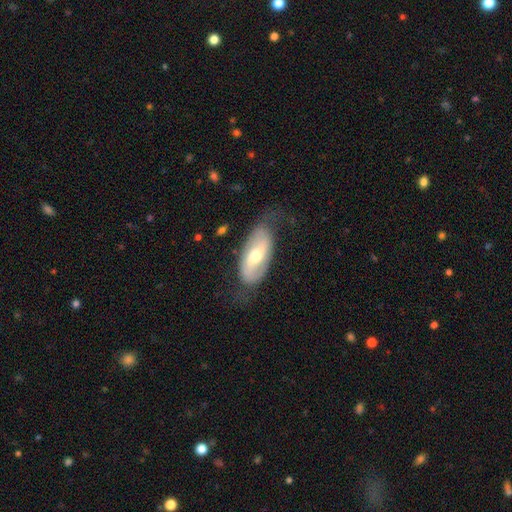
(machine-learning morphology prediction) A featured or disk galaxy (60%) with a weak bar (40%), spiral arms (71%) and a moderate central bulge (64%). Merging: none (62%).